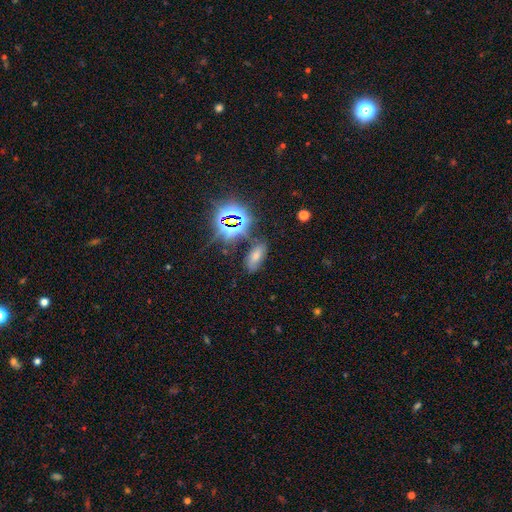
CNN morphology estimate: A star or artifact, not a galaxy (49%).